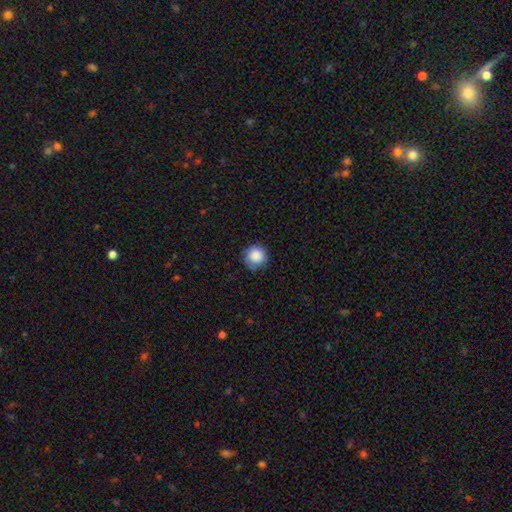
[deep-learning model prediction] This appears to be a smooth galaxy with no disk features (86%) that is round (94%). Merging: none (81%).